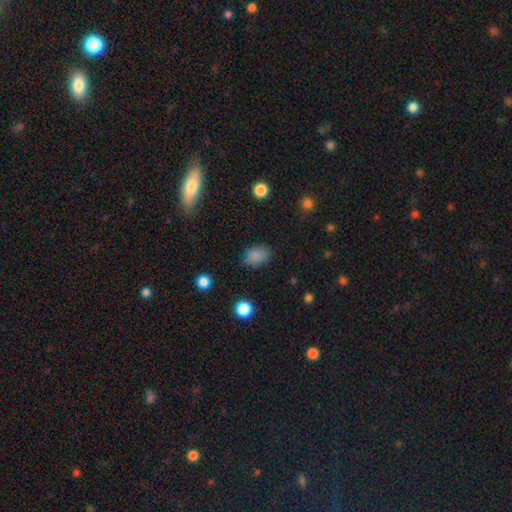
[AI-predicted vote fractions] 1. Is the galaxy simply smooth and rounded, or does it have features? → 81% smooth, 13% star or artifact, 6% featured or disk.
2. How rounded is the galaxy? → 76% in between, 23% round, 1% cigar-shaped.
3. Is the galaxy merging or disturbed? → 74% none, 19% minor disturbance, 5% major disturbance, 2% merger.